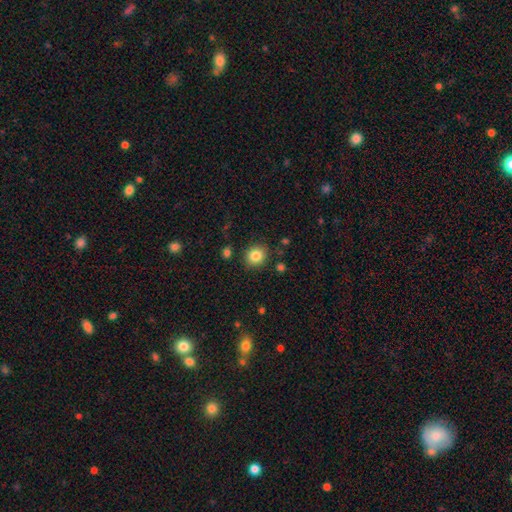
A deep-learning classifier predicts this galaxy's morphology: smooth_or_featured: smooth (p=0.84) [alt: star or artifact p=0.10]
how_rounded: round (p=0.80) [alt: in between p=0.19]
merging: none (p=0.87) [alt: minor disturbance p=0.08]